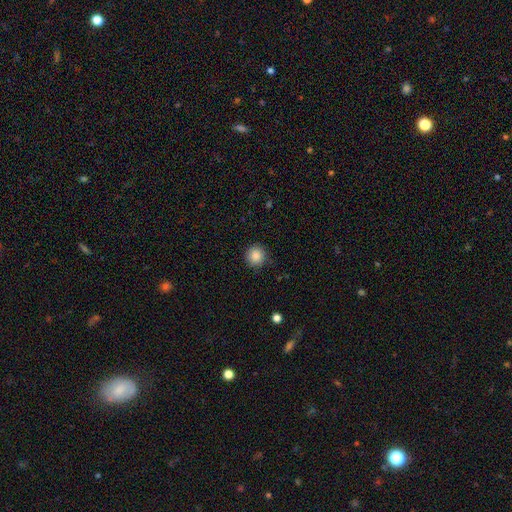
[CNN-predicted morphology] Smooth or featured: smooth — 87% (star or artifact — 9%)
How rounded: round — 93% (in between — 6%)
Merging: none — 90% (minor disturbance — 7%)